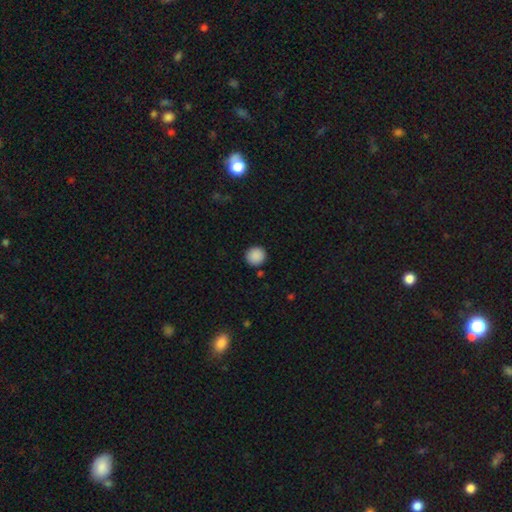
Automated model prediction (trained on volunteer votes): Smooth or featured? Predicted: smooth (p=0.89). How rounded? Predicted: round (p=0.94). Merging? Predicted: none (p=0.90).